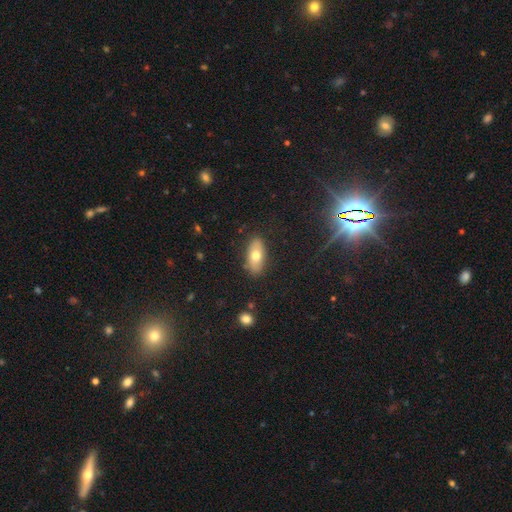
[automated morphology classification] smooth-or-featured: smooth: 68% | featured or disk: 24% | star or artifact: 8%
  how-rounded: in between: 87% | cigar-shaped: 9% | round: 4%
  merging: none: 85% | minor disturbance: 11% | major disturbance: 3% | merger: 1%